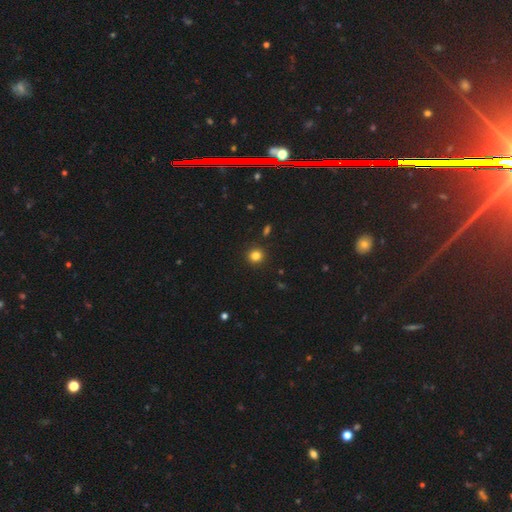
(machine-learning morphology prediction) A smooth galaxy with no disk features (82%) that is round (90%).

Vote fractions:
- Smooth or featured? smooth: 82% / star or artifact: 13% / featured or disk: 5%
- How rounded? round: 90% / in between: 9% / cigar-shaped: 1%
- Merging? none: 91% / minor disturbance: 5% / major disturbance: 2% / merger: 2%